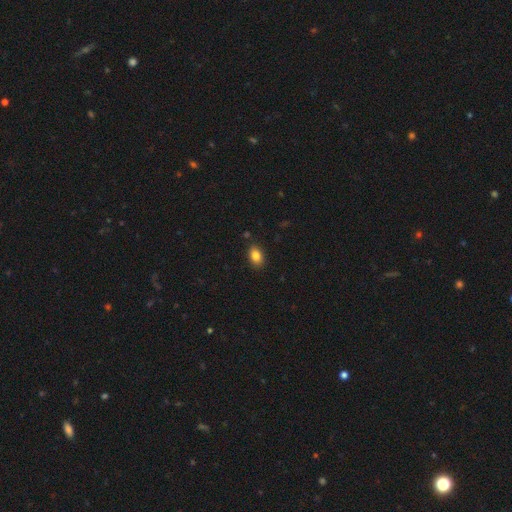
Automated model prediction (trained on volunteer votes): A smooth galaxy with no disk features (85%) that is in between round and cigar-shaped (83%). Merging: none (87%).